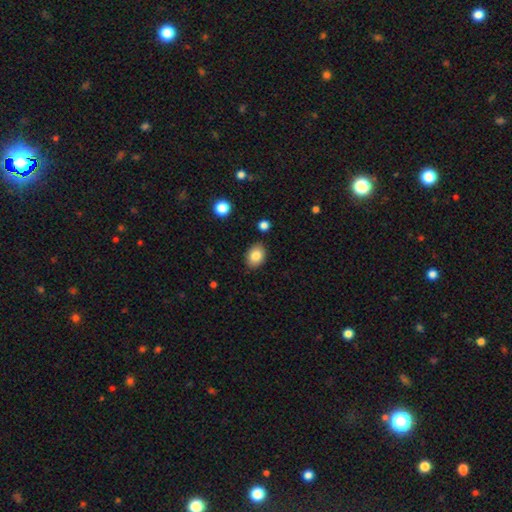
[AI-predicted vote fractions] smooth-or-featured: smooth: 83% | featured or disk: 9% | star or artifact: 8%
  how-rounded: in between: 69% | round: 30% | cigar-shaped: 1%
  merging: none: 86% | minor disturbance: 10% | major disturbance: 2% | merger: 2%